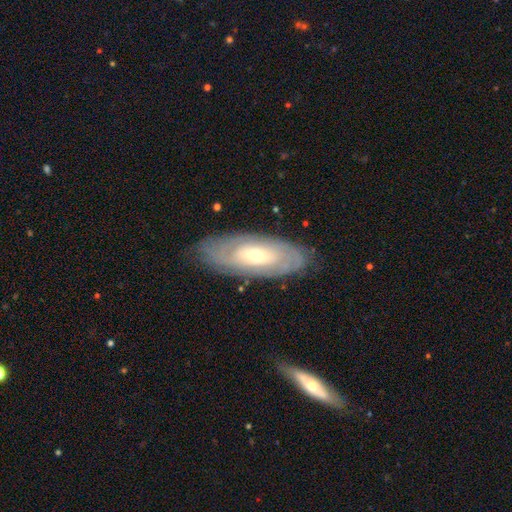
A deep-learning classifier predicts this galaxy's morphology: smooth-or-featured: featured or disk: 72% | smooth: 22% | star or artifact: 6%
  disk-edge-on: no: 87% | yes: 13%
    bar: no: 68% | weak: 24% | strong: 7%
    has-spiral-arms: yes: 77% | no: 23%
    bulge-size: small: 54% | moderate: 42% | large: 3% | none: 1% | dominant: 1%
  merging: none: 82% | minor disturbance: 13% | major disturbance: 4% | merger: 1%